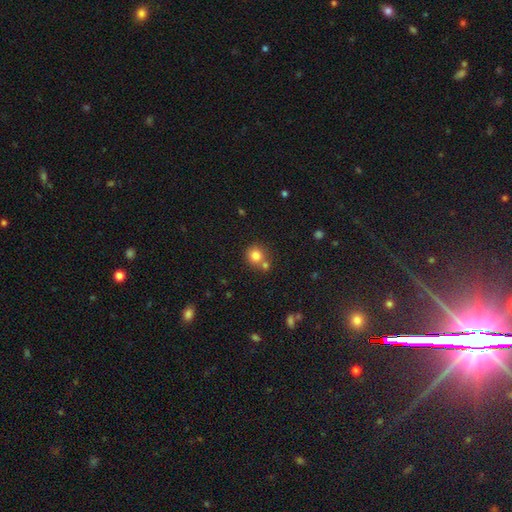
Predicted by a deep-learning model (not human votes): The model was most divided on "merging": none: 60%, merger: 29%, minor disturbance: 9%, major disturbance: 3%. More confident: how rounded — round (89%); smooth or featured — smooth (80%).